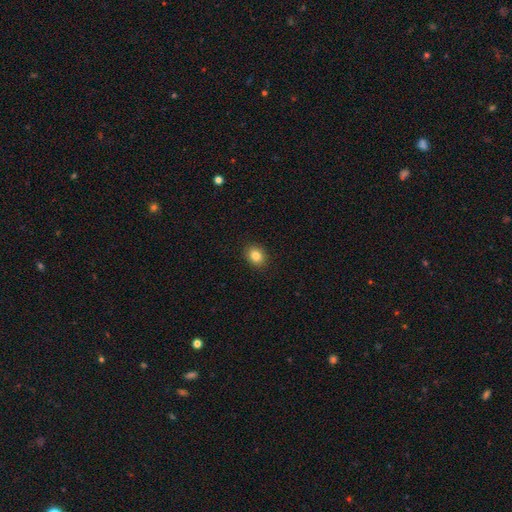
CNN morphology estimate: This is clearly a smooth galaxy (84%). How rounded: possibly round (52%). Merging: clearly none (91%).